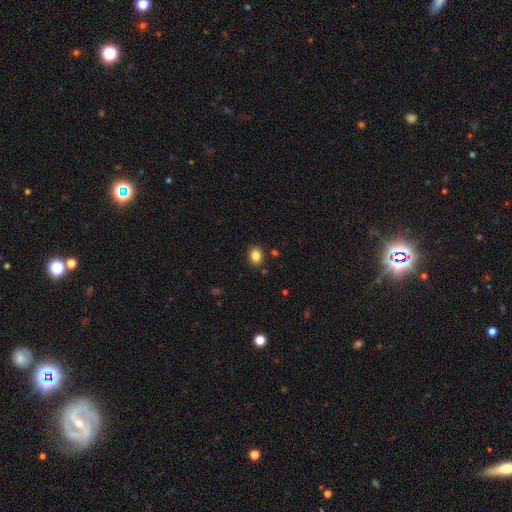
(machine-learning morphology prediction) Overall: smooth (85%). How rounded: round (53%; in between 46%). Merging: none (87%).